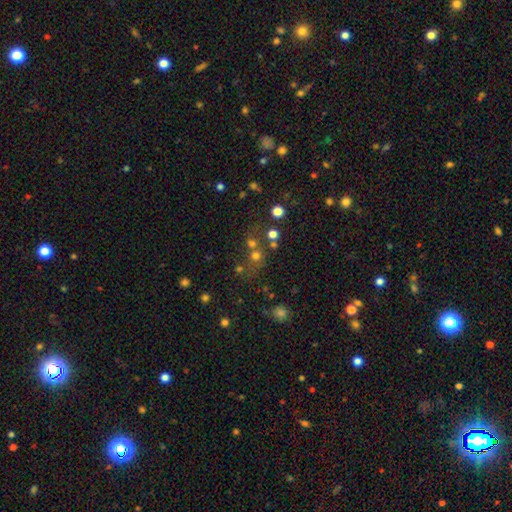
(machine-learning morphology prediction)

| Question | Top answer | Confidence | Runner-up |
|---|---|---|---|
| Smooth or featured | smooth | 59% | star or artifact (29%) |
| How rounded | round | 86% | in between (13%) |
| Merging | none | 54% | merger (31%) |